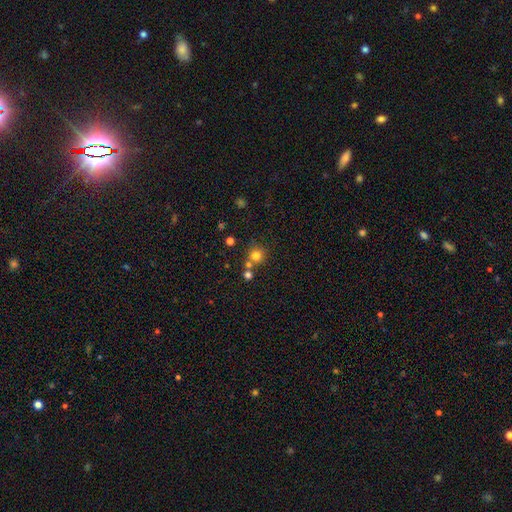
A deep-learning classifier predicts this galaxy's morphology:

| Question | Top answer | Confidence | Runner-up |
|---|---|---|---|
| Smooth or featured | smooth | 77% | star or artifact (15%) |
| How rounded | round | 89% | in between (10%) |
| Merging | none | 63% | merger (25%) |